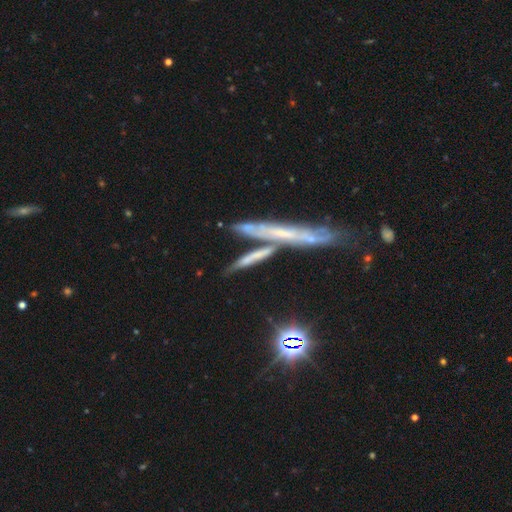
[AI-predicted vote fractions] Smooth or featured? Predicted: featured or disk (p=0.49). Merging? Predicted: none (p=0.53).